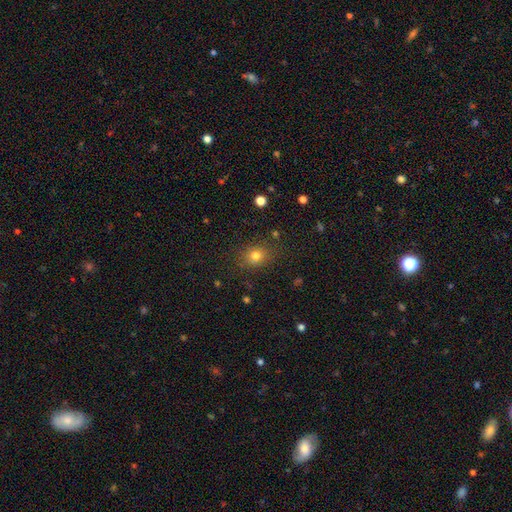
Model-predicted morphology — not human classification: A smooth galaxy with no disk features (77%) that is round (55%). Merging: none (82%).